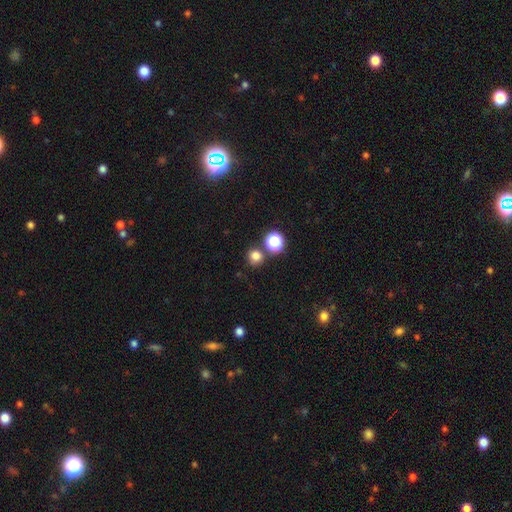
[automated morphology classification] Smooth or featured?
  - smooth: 77% *
  - star or artifact: 18%
  - featured or disk: 5%
How rounded?
  - round: 89% *
  - in between: 10%
  - cigar-shaped: 1%
Merging?
  - none: 77% *
  - merger: 12%
  - minor disturbance: 8%
  - major disturbance: 3%